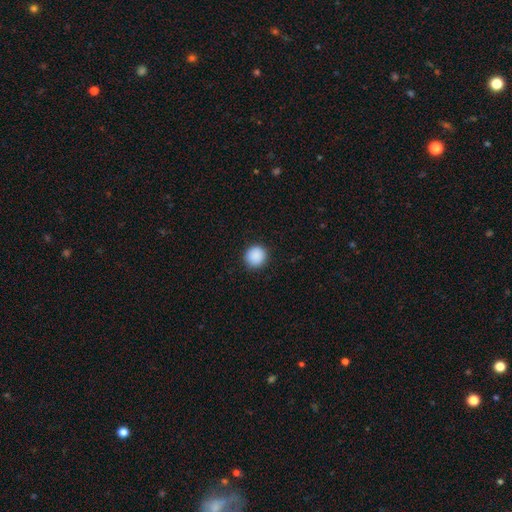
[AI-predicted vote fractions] Smooth or featured? Predicted: smooth (p=0.90). How rounded? Predicted: round (p=0.94). Merging? Predicted: none (p=0.92).